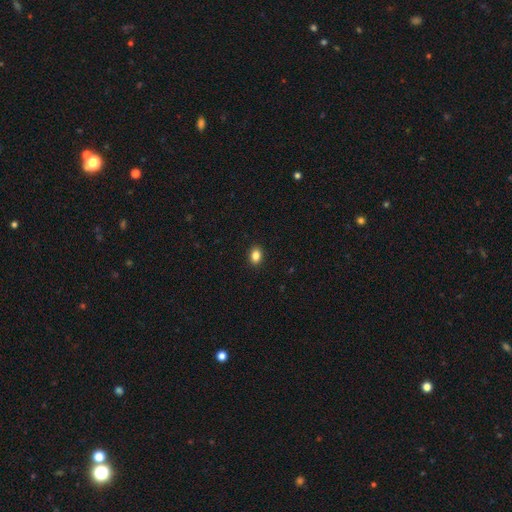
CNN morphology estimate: Smooth or featured? smooth (86%)
How rounded? in between (70%)
Merging? none (91%)